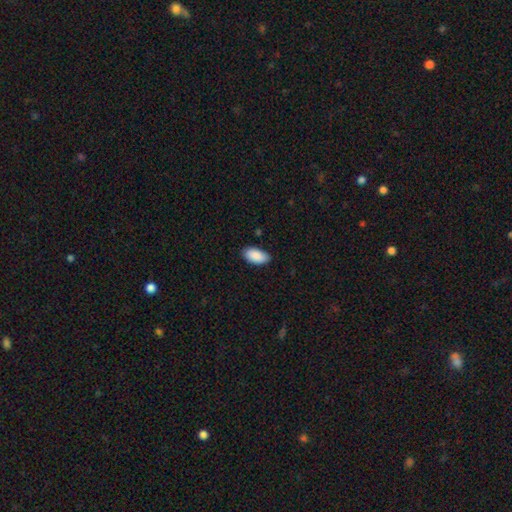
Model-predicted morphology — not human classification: This is clearly a smooth galaxy (90%). How rounded: clearly in between (95%). Merging: clearly none (85%).